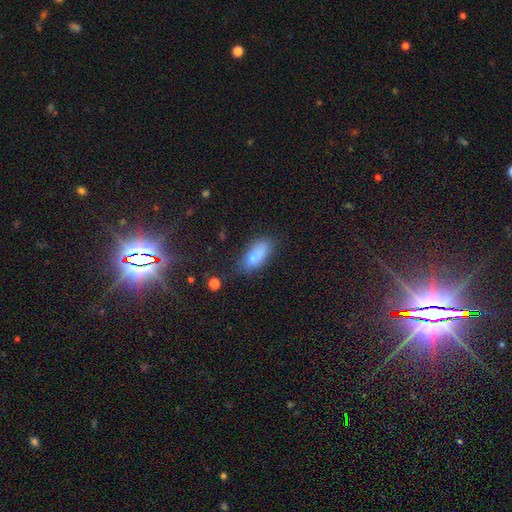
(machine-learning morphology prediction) Overall: smooth (73%). How rounded: in between (84%). Merging: none (47%; merger 23%).